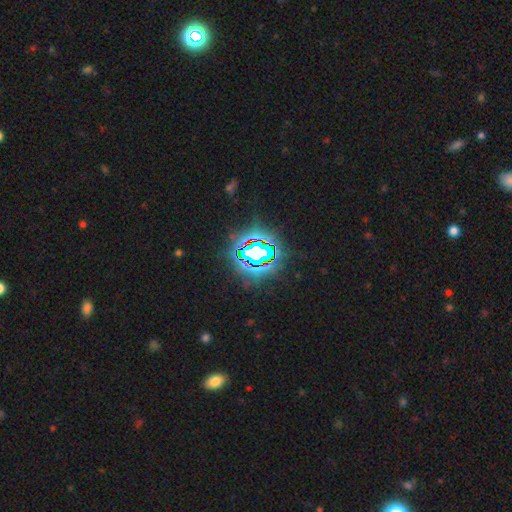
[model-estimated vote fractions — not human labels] Smooth or featured: star or artifact — 77% (smooth — 12%)